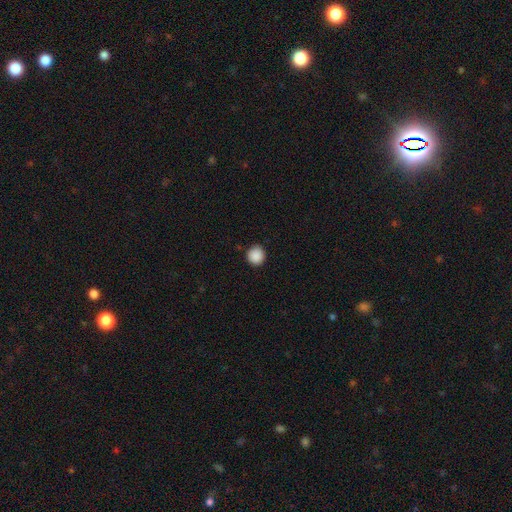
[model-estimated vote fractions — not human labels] smooth_or_featured: smooth (p=0.89) [alt: star or artifact p=0.09]
how_rounded: round (p=0.93) [alt: in between p=0.06]
merging: none (p=0.90) [alt: minor disturbance p=0.07]